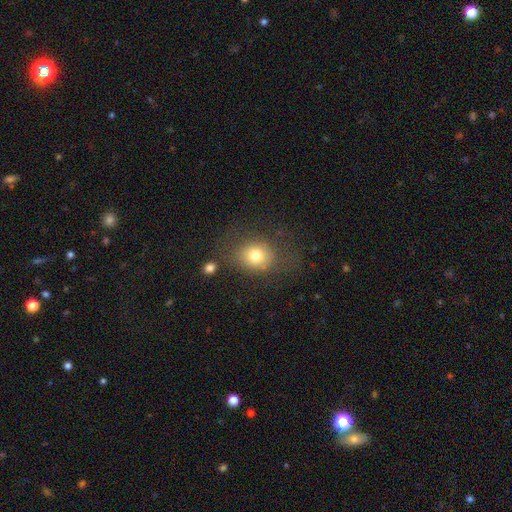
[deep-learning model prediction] Smooth or featured?
  - smooth: 75% *
  - featured or disk: 13%
  - star or artifact: 12%
How rounded?
  - round: 63% *
  - in between: 36%
  - cigar-shaped: 1%
Merging?
  - none: 65% *
  - minor disturbance: 19%
  - major disturbance: 13%
  - merger: 4%